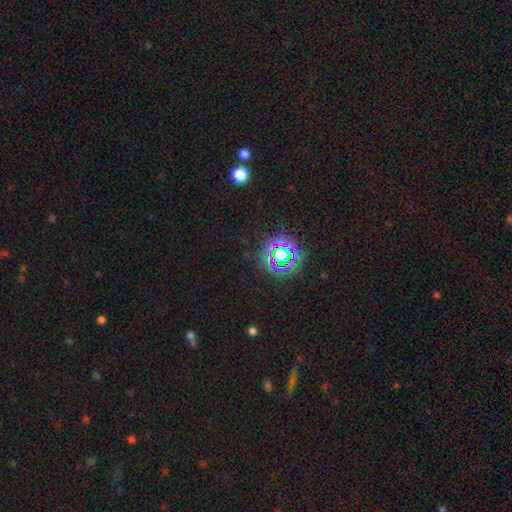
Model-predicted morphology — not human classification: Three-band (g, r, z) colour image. It shows a star or artifact, not a galaxy (76%).